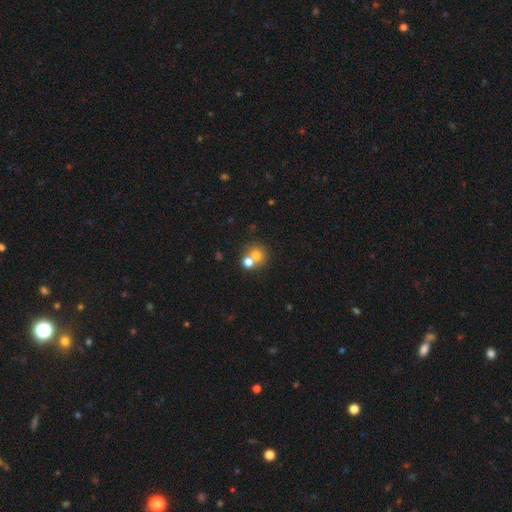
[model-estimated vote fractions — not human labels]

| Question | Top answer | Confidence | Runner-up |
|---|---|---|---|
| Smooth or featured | smooth | 69% | featured or disk (16%) |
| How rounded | round | 84% | in between (16%) |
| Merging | none | 45% | merger (44%) |